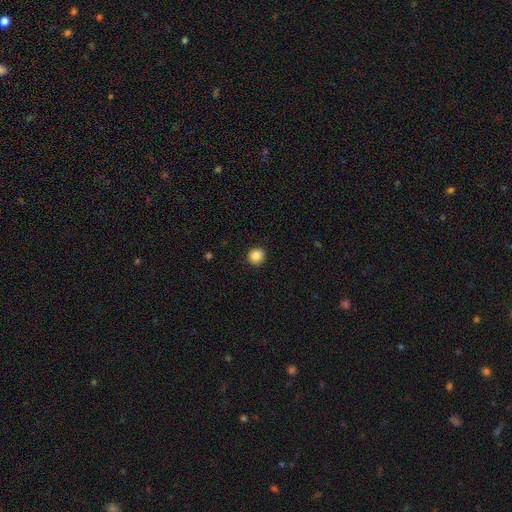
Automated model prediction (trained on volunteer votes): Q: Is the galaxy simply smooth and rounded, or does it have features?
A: smooth — 86%.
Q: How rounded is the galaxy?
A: round — 92%.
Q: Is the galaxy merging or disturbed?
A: none — 92%.